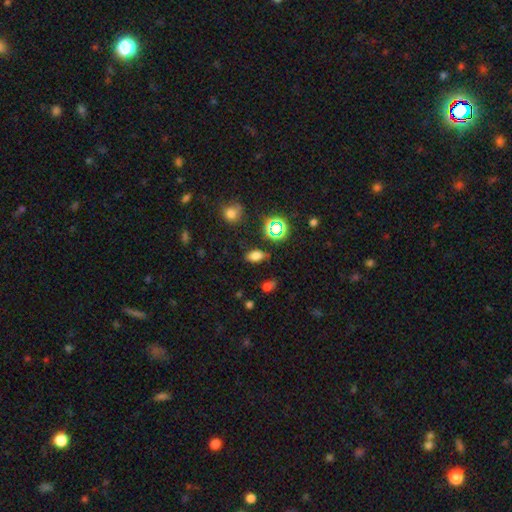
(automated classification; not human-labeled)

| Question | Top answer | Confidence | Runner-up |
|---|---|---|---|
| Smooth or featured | smooth | 68% | star or artifact (22%) |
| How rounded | in between | 82% | round (11%) |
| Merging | none | 75% | minor disturbance (16%) |